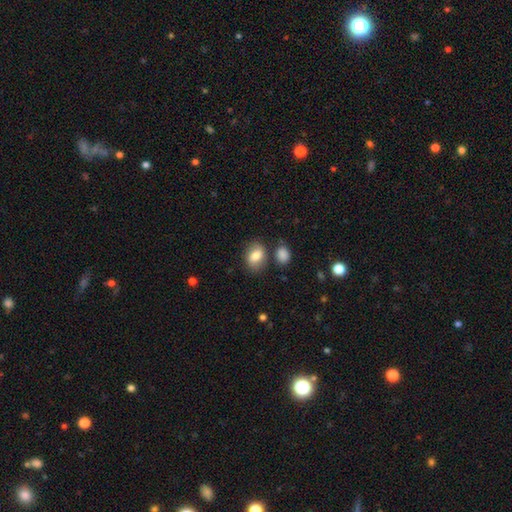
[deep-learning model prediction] smooth_or_featured: smooth (p=0.80) [alt: featured or disk p=0.12]
how_rounded: in between (p=0.77) [alt: round p=0.22]
merging: none (p=0.71) [alt: minor disturbance p=0.15]